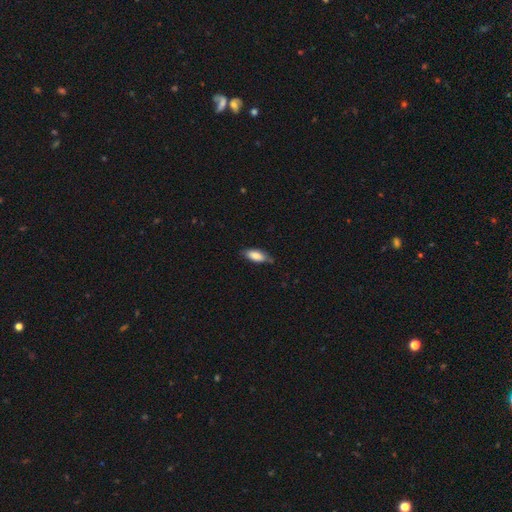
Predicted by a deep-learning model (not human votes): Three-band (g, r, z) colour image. It shows a smooth galaxy with no disk features (83%) that is in between round and cigar-shaped (78%). Merging: none (72%).